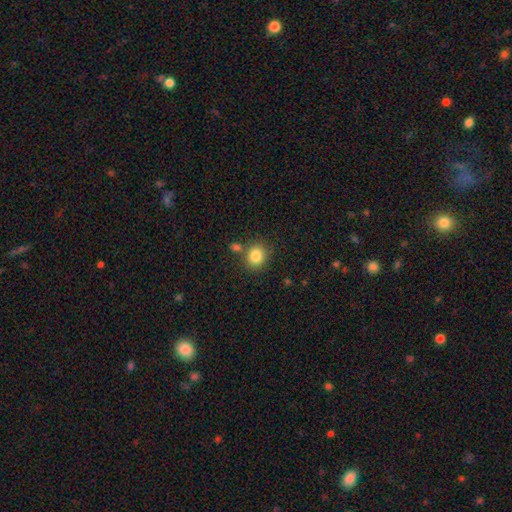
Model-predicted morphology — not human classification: smooth-or-featured: smooth: 84% | star or artifact: 10% | featured or disk: 6%
  how-rounded: round: 75% | in between: 24% | cigar-shaped: 1%
  merging: none: 70% | merger: 15% | minor disturbance: 11% | major disturbance: 3%